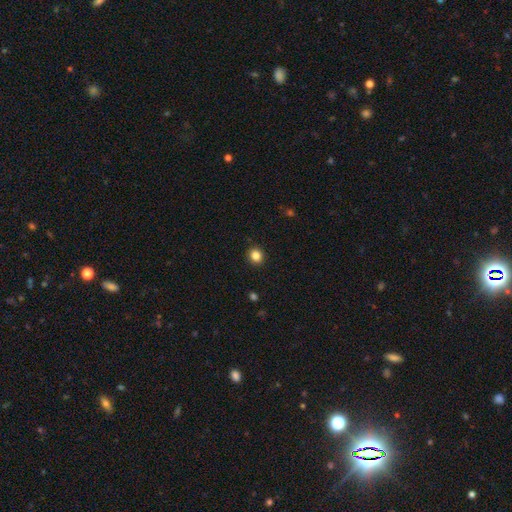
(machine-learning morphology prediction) smooth-or-featured: smooth: 85% | star or artifact: 11% | featured or disk: 4%
  how-rounded: round: 86% | in between: 13% | cigar-shaped: 1%
  merging: none: 92% | minor disturbance: 5% | major disturbance: 2% | merger: 1%